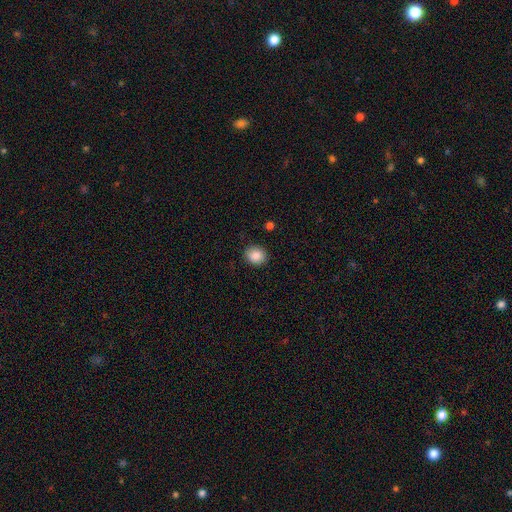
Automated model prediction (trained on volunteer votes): Smooth or featured? smooth (88%)
How rounded? round (74%)
Merging? none (89%)